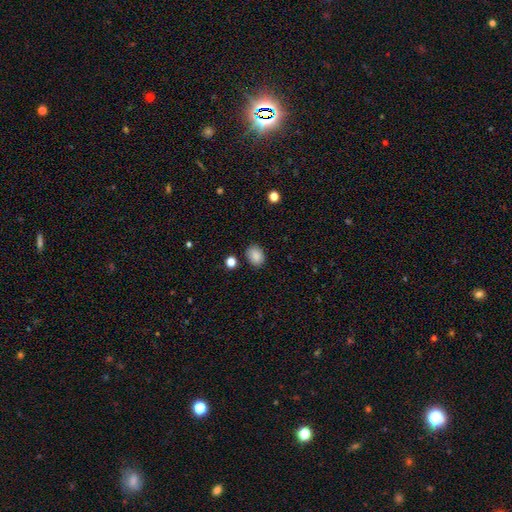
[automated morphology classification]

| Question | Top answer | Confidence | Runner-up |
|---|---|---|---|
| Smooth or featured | smooth | 87% | star or artifact (9%) |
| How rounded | in between | 60% | round (40%) |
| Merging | none | 82% | minor disturbance (13%) |